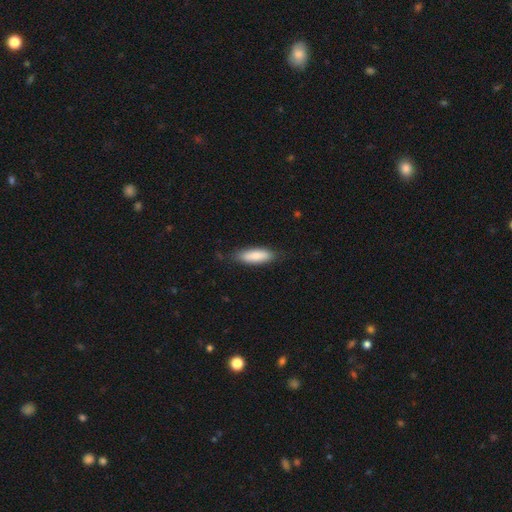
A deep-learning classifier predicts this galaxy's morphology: A smooth galaxy with no disk features (81%) that is in between round and cigar-shaped (57%). Merging: none (80%).